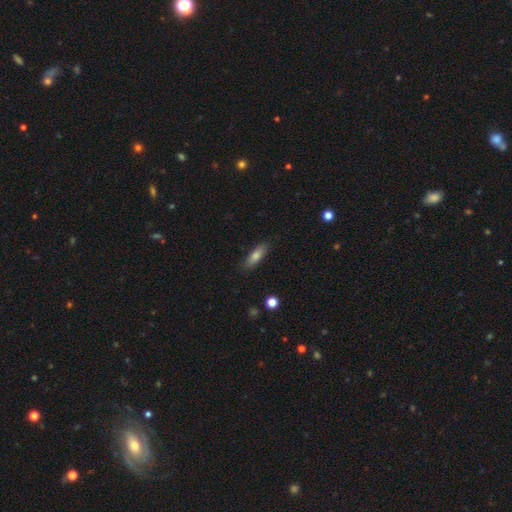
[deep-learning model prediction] Smooth or featured? Predicted: smooth (p=0.76). How rounded? Predicted: cigar-shaped (p=0.49, tied with in between). Merging? Predicted: none (p=0.86).